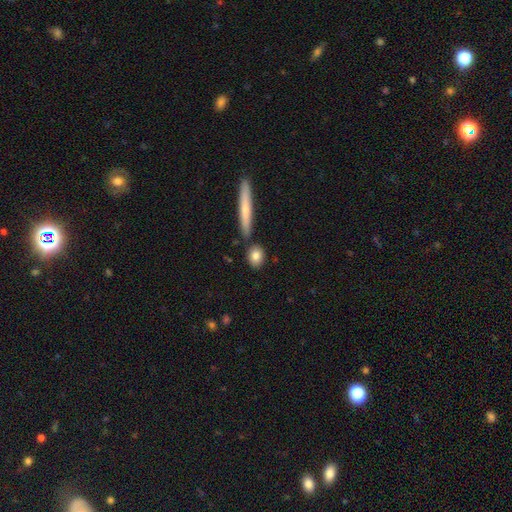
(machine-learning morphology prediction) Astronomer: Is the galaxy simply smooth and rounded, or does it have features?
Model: smooth — 81%.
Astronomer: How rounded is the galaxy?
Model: in between — 52% (runner-up: round, 36%).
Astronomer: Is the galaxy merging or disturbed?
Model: none — 78%.